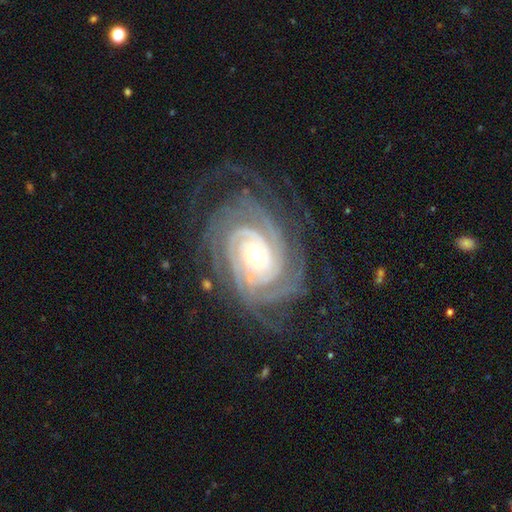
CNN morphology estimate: This is clearly a featured or disk galaxy (92%). It is clearly not viewed edge-on (97%). Bar: likely no (72%). Spiral arm pattern: clearly yes (98%). Spiral arm count: marginally 4 (21%). Spiral winding: clearly tight (80%). Central bulge: possibly small (57%). Merging: likely none (69%).